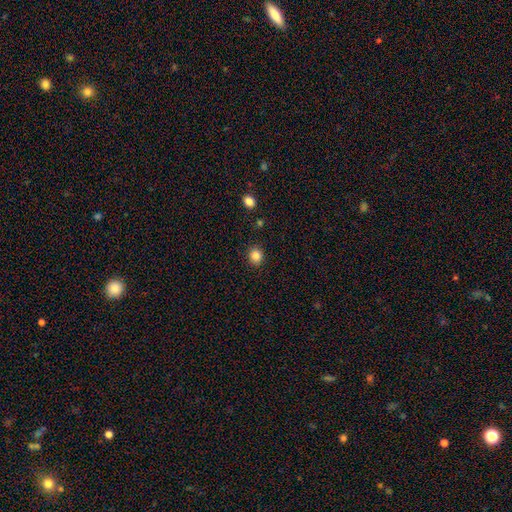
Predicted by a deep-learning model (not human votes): smooth_or_featured: smooth (p=0.85) [alt: star or artifact p=0.11]
how_rounded: round (p=0.80) [alt: in between p=0.19]
merging: none (p=0.89) [alt: minor disturbance p=0.07]